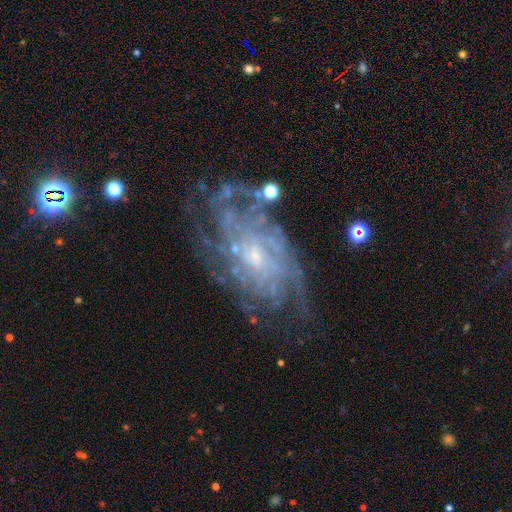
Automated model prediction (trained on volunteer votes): Smooth or featured? Predicted: featured or disk (p=0.84). Edge-on disk? Predicted: no (p=0.96). Bar? Predicted: no (p=0.67). Spiral arms? Predicted: yes (p=0.89). Spiral winding? Predicted: tight (p=0.62). Spiral arm count? Predicted: can't tell (p=0.46). Bulge size? Predicted: small (p=0.71). Merging? Predicted: none (p=0.66).